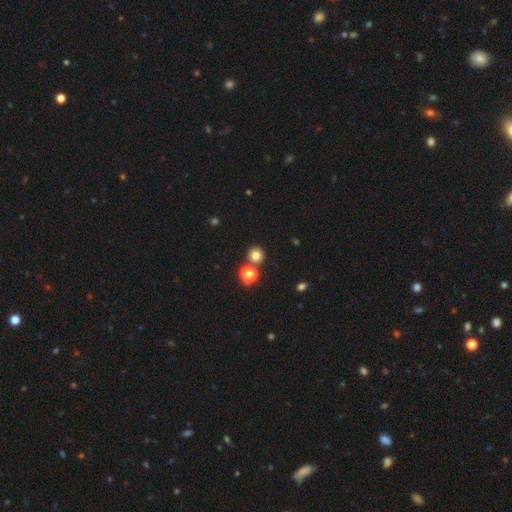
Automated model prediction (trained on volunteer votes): The model was most divided on "smooth or featured": smooth: 77%, star or artifact: 16%, featured or disk: 6%. More confident: how rounded — round (92%); merging — none (79%).